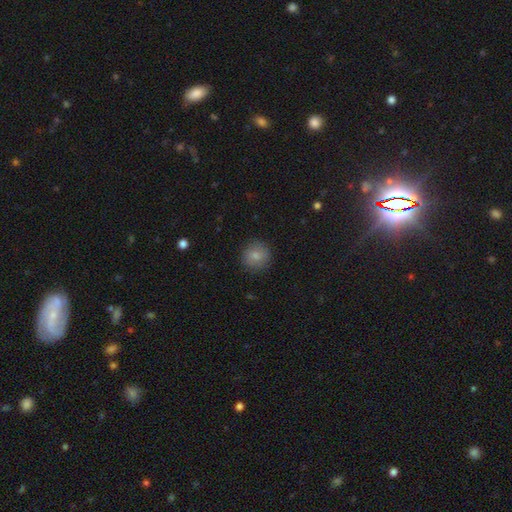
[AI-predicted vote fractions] Overall: smooth (82%). How rounded: round (91%). Merging: none (87%).